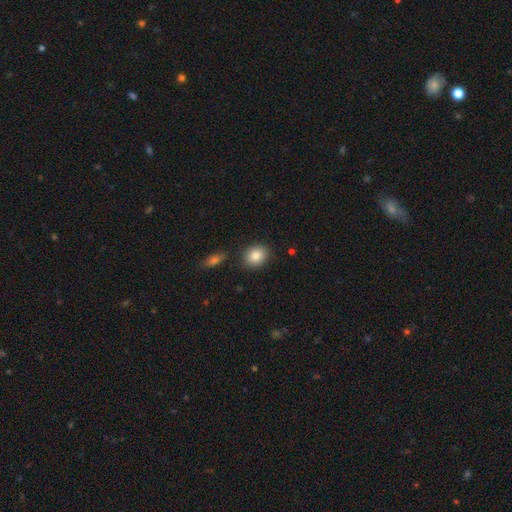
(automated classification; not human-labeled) Morphology: type=smooth (84%); roundness=round (56%); merging=none (85%).